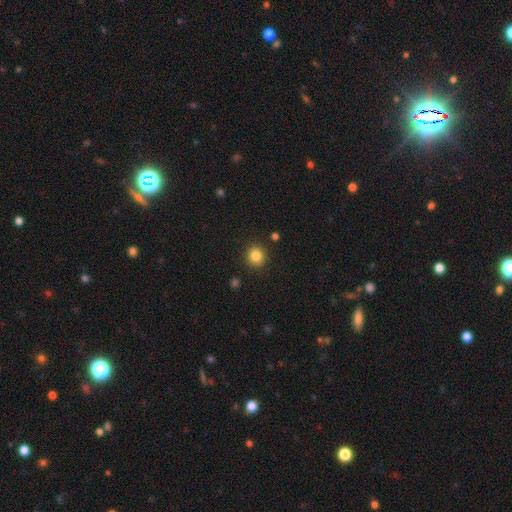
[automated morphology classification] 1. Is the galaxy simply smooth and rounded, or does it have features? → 84% smooth, 11% star or artifact, 5% featured or disk.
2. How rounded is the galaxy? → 84% round, 15% in between, 1% cigar-shaped.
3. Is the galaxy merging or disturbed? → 90% none, 6% minor disturbance, 2% major disturbance, 2% merger.